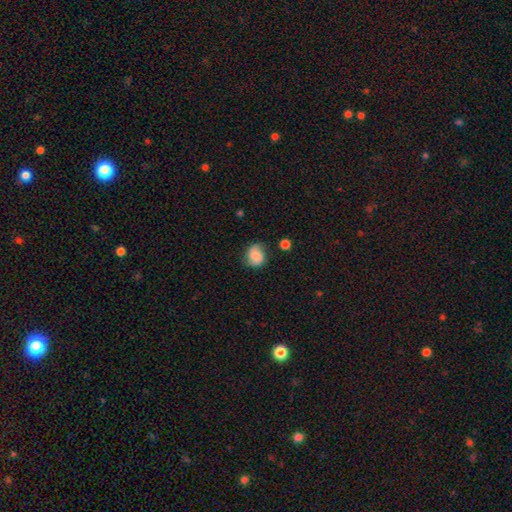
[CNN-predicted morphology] This appears to be a smooth galaxy with no disk features (65%) that is round (69%). Merging: none (63%).